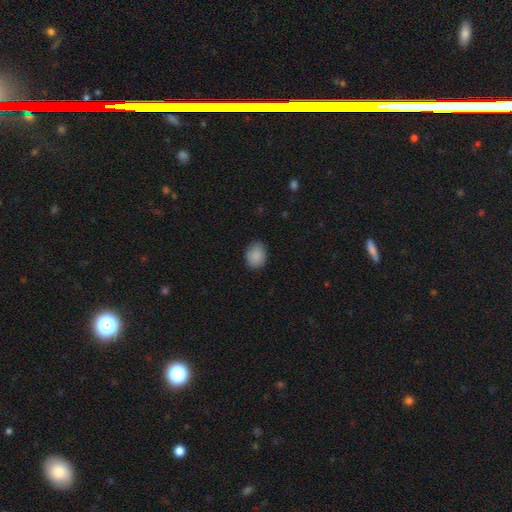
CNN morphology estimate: smooth_or_featured: smooth (p=0.89) [alt: star or artifact p=0.08]
how_rounded: in between (p=0.52) [alt: round p=0.47]
merging: none (p=0.83) [alt: minor disturbance p=0.14]